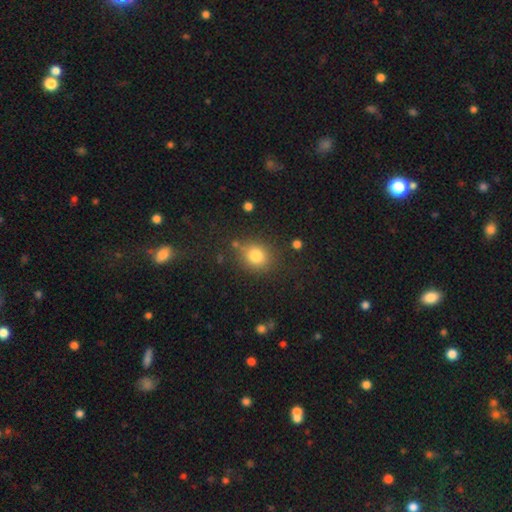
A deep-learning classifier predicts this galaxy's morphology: smooth_or_featured: smooth (p=0.80) [alt: star or artifact p=0.13]
how_rounded: round (p=0.74) [alt: in between p=0.25]
merging: none (p=0.80) [alt: minor disturbance p=0.11]